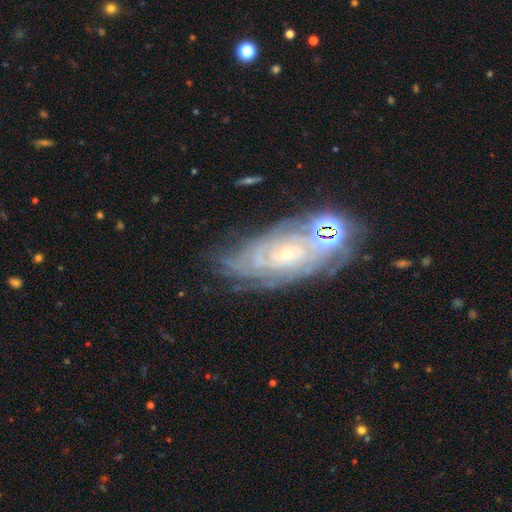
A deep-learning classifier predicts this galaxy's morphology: Smooth or featured? featured or disk (83%)
Edge-on disk? no (93%)
Bar? no (76%)
Spiral arms? yes (94%)
Spiral winding? tight (79%)
Spiral arm count? can't tell (41%)
Bulge size? small (84%)
Merging? none (66%)